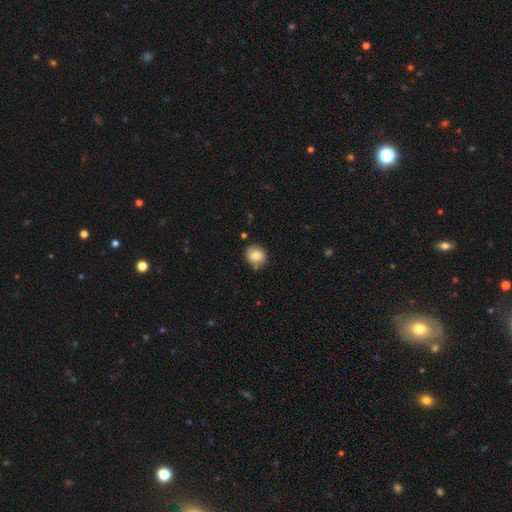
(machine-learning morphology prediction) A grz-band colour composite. It shows a smooth galaxy with no disk features (80%) that is round (82%). Merging: none (77%).